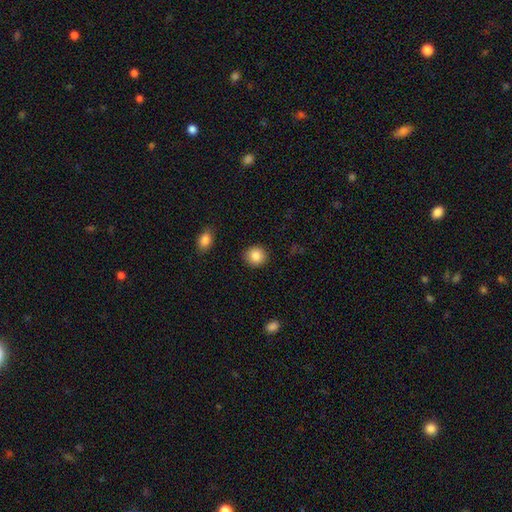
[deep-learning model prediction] A smooth galaxy with no disk features (86%) that is round (84%).

Vote fractions:
- Smooth or featured? smooth: 86% / star or artifact: 9% / featured or disk: 5%
- How rounded? round: 84% / in between: 15% / cigar-shaped: 1%
- Merging? none: 90% / minor disturbance: 6% / major disturbance: 2% / merger: 1%